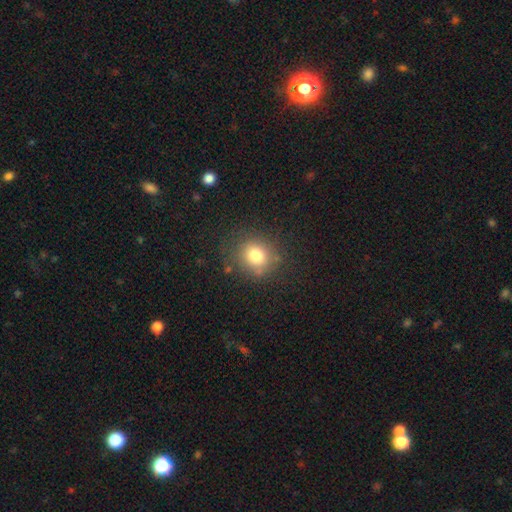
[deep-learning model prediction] Smooth or featured?
  - smooth: 79% *
  - star or artifact: 12%
  - featured or disk: 9%
How rounded?
  - round: 79% *
  - in between: 20%
  - cigar-shaped: 1%
Merging?
  - none: 77% *
  - minor disturbance: 14%
  - major disturbance: 5%
  - merger: 3%